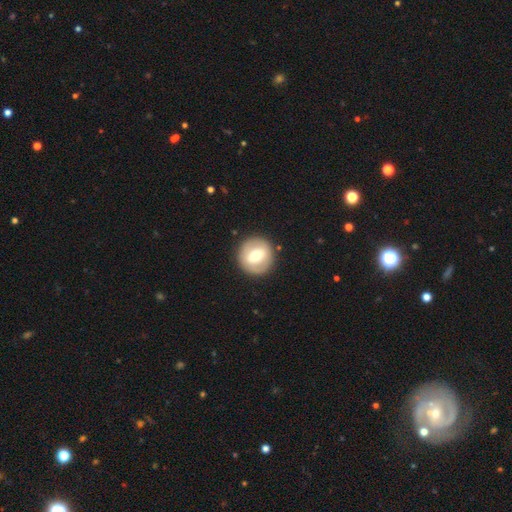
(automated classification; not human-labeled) A smooth galaxy with no disk features (55%) that is round (91%). Merging: none (89%).